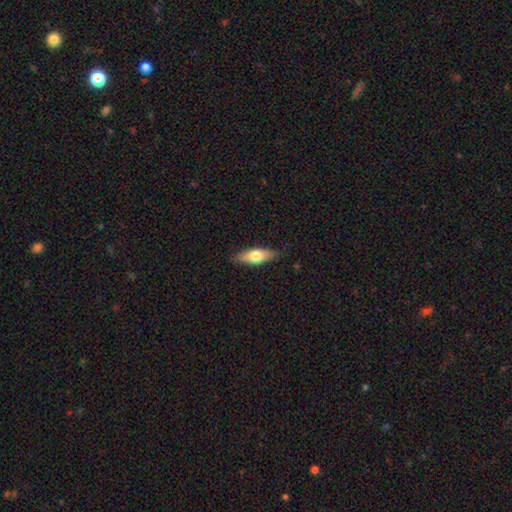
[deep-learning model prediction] Smooth or featured? Predicted: smooth (p=0.63). How rounded? Predicted: in between (p=0.66). Merging? Predicted: none (p=0.83).